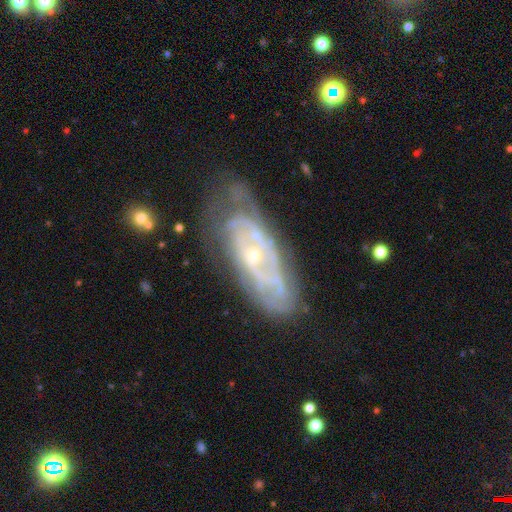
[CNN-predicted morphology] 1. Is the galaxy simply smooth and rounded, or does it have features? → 81% featured or disk, 13% smooth, 6% star or artifact.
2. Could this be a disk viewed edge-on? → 88% no, 12% yes.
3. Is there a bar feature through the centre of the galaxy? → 72% no, 21% weak, 7% strong.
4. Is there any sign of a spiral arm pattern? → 80% yes, 20% no.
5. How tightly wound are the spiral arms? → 68% tight, 25% medium, 8% loose.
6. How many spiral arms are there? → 55% can't tell, 22% 2, 10% 3, 5% 4, 4% 1, 4% more than 4.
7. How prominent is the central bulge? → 69% small, 28% moderate, 2% none, 1% large, 1% dominant.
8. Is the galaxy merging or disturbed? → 60% none, 26% minor disturbance, 11% major disturbance, 3% merger.